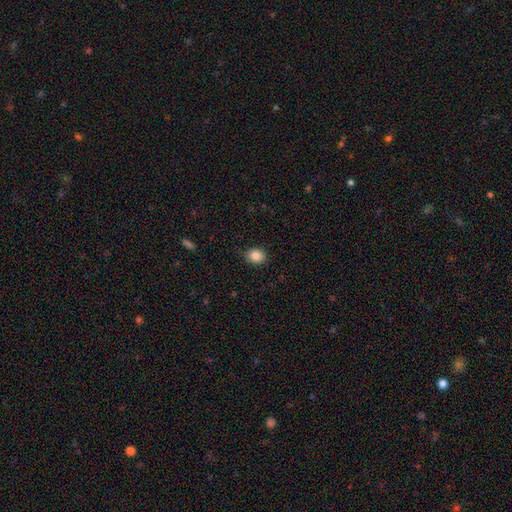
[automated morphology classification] Q: Smooth or featured?
A: smooth (86%); runner-up: star or artifact (9%)
Q: How rounded?
A: in between (51%); runner-up: round (48%)
Q: Merging?
A: none (84%); runner-up: minor disturbance (13%)